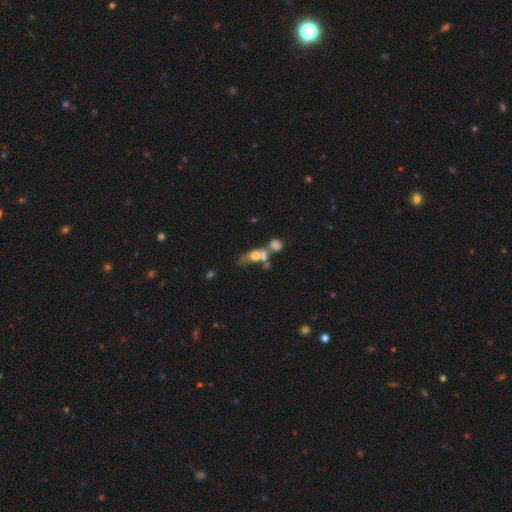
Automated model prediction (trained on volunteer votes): smooth 57%, featured or disk 31%, star or artifact 12%. Down the decision tree: how rounded — in between (61%); merging — merger (54%).